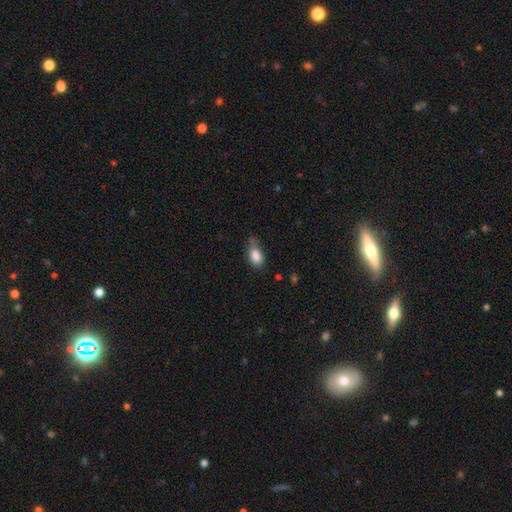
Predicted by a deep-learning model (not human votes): This is clearly a smooth galaxy (84%). How rounded: clearly in between (88%). Merging: possibly none (46%).